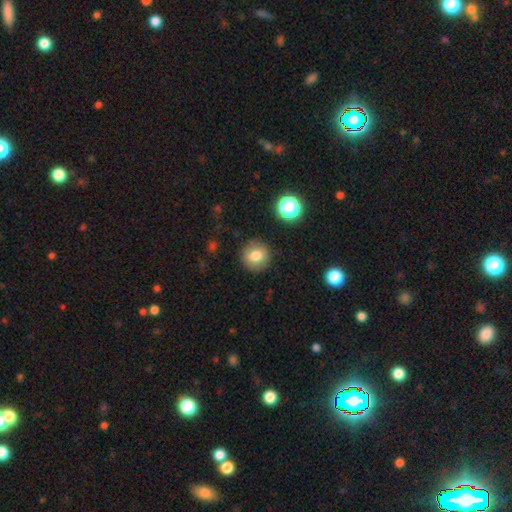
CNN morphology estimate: Q: Smooth or featured?
A: smooth (79%); runner-up: star or artifact (11%)
Q: How rounded?
A: round (92%); runner-up: in between (7%)
Q: Merging?
A: none (89%); runner-up: minor disturbance (7%)